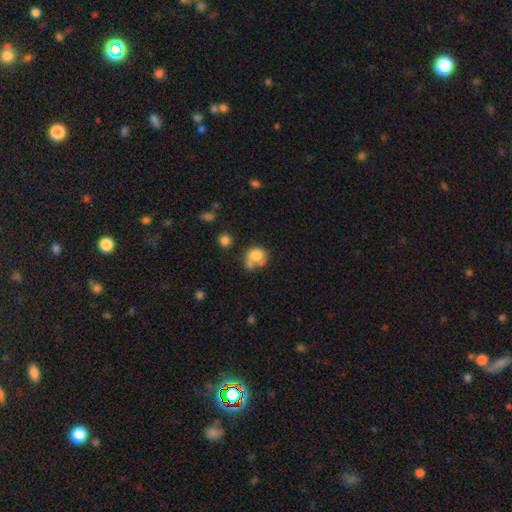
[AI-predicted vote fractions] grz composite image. It shows a smooth galaxy with no disk features (76%) that is round (69%). Merging: none (38%).